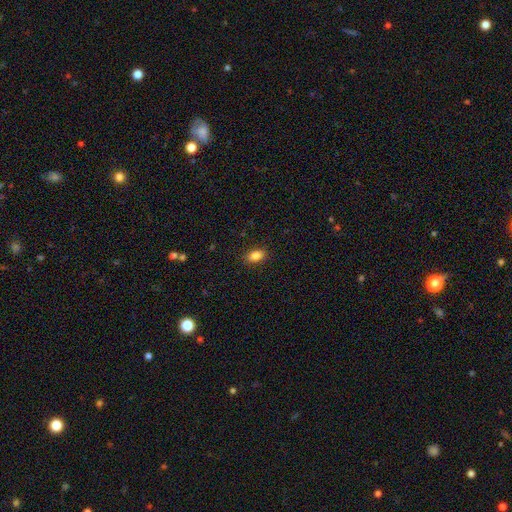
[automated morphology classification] Q: Smooth or featured?
A: smooth (85%); runner-up: star or artifact (9%)
Q: How rounded?
A: in between (87%); runner-up: round (10%)
Q: Merging?
A: none (89%); runner-up: minor disturbance (8%)